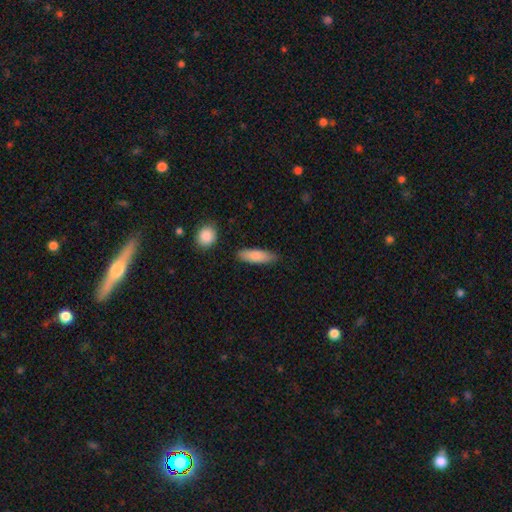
Smooth or featured: smooth — 89% (featured or disk — 8%)
How rounded: cigar-shaped — 65% (in between — 35%)
Merging: none — 95% (major disturbance — 3%)